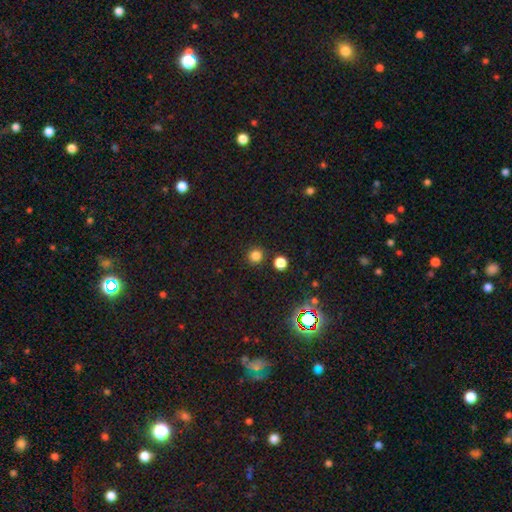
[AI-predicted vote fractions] Morphology: type=smooth (80%); roundness=round (94%); merging=none (88%).